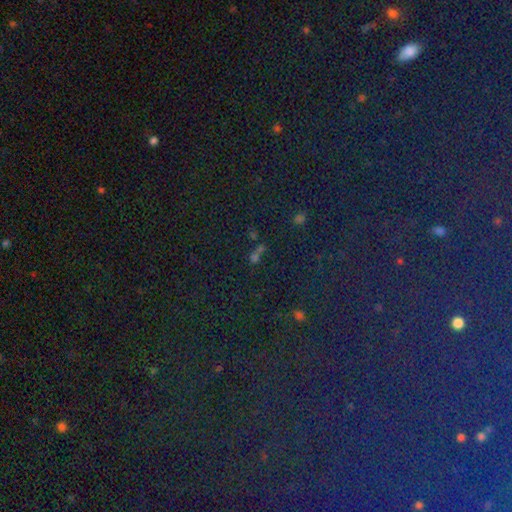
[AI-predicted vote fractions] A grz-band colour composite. It shows a star or artifact, not a galaxy (57%).